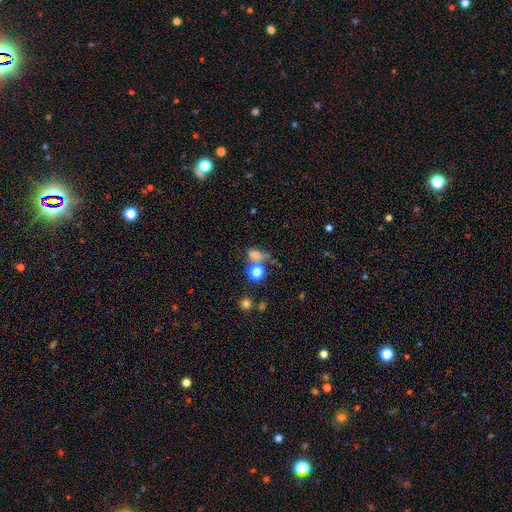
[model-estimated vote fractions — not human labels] This is likely a smooth galaxy (66%). How rounded: possibly in between (57%). Merging: marginally none (39%).